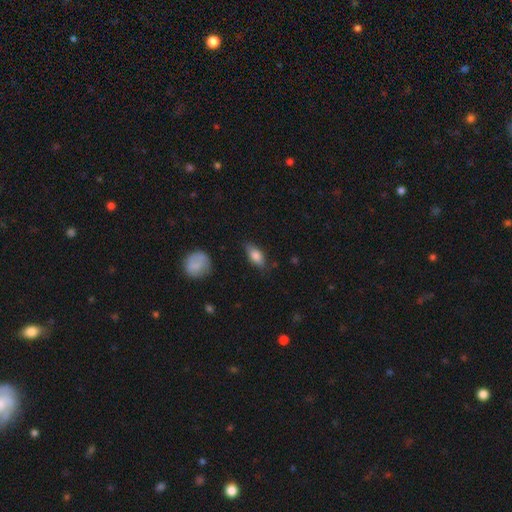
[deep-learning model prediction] This appears to be a smooth galaxy with no disk features (78%) that is in between round and cigar-shaped (84%). Merging: none (75%).